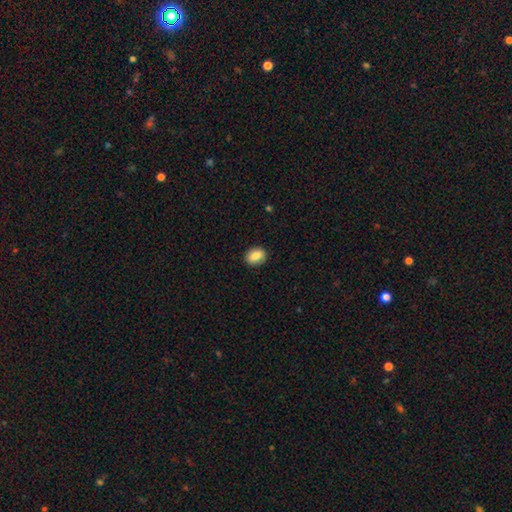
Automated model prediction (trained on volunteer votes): smooth 85%, star or artifact 8%, featured or disk 7%. Down the decision tree: how rounded — in between (65%); merging — none (88%).